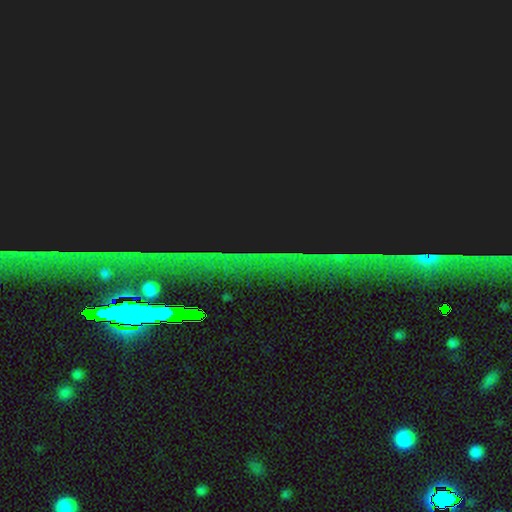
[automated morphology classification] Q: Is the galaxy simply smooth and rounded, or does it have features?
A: star or artifact — 83%.